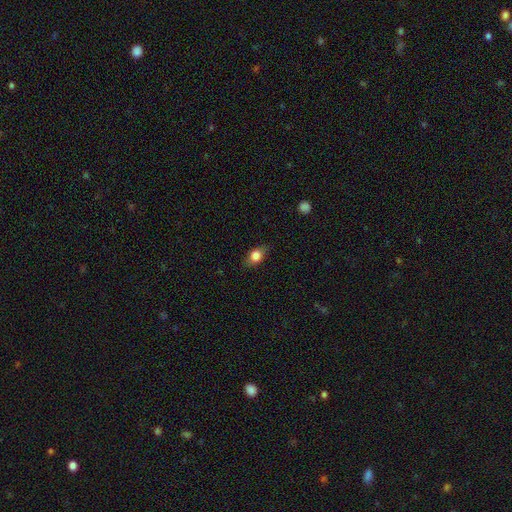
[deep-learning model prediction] smooth 78%, featured or disk 13%, star or artifact 9%. Down the decision tree: how rounded — in between (70%); merging — none (79%).